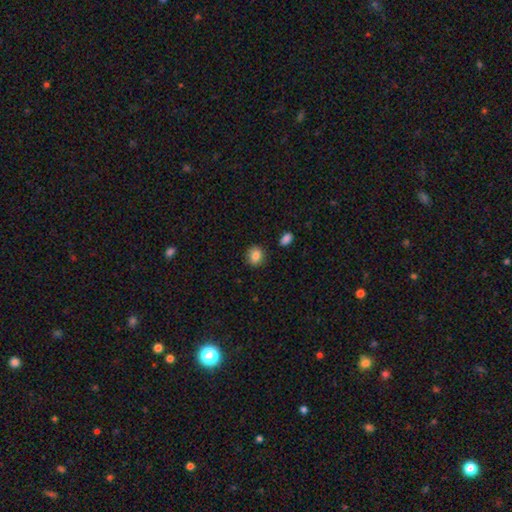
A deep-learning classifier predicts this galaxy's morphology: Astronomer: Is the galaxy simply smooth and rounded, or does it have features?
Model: smooth — 86%.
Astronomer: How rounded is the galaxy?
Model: round — 68%.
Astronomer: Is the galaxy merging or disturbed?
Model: none — 87%.